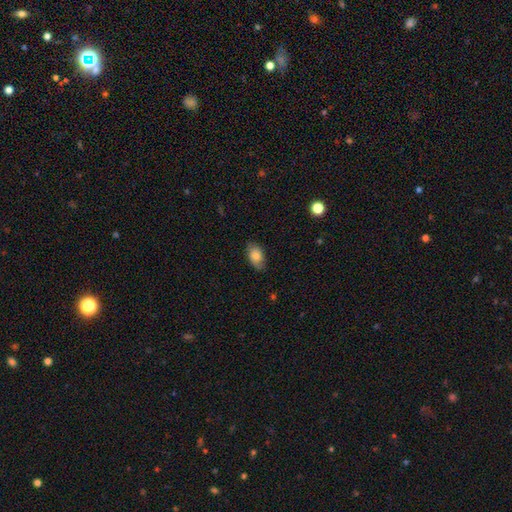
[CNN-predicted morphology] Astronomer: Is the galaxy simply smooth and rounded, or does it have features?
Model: smooth — 77%.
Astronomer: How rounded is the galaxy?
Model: in between — 91%.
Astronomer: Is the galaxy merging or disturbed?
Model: none — 78%.